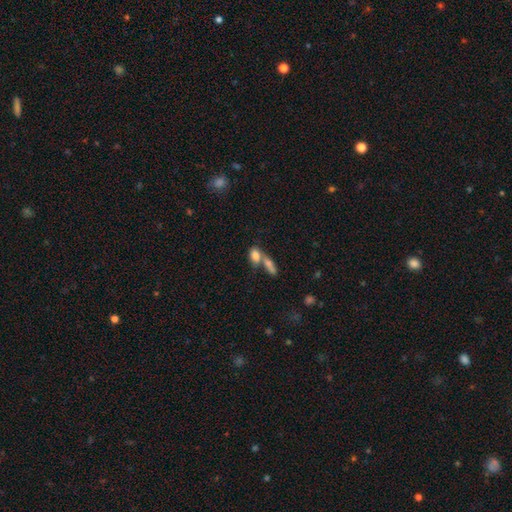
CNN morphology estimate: Overall: smooth (77%). How rounded: in between (81%). Merging: merger (61%; none 26%).